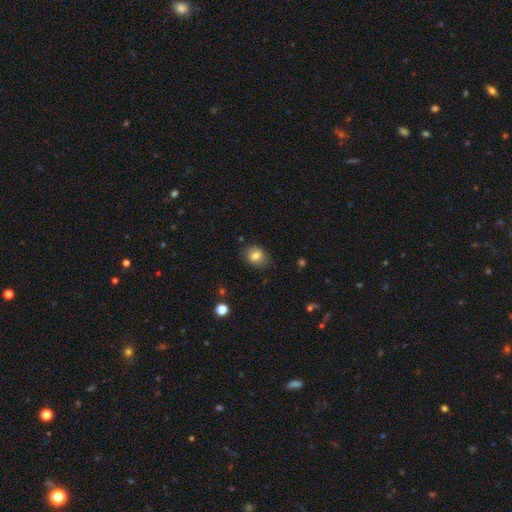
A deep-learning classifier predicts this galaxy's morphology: smooth_or_featured: smooth (p=0.79) [alt: featured or disk p=0.11]
how_rounded: in between (p=0.53) [alt: round p=0.46]
merging: none (p=0.80) [alt: minor disturbance p=0.15]